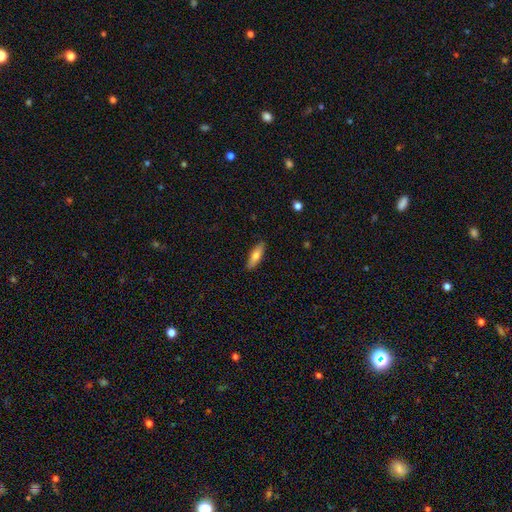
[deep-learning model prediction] A smooth galaxy with no disk features (71%) that is in between round and cigar-shaped (50%).

Vote fractions:
- Smooth or featured? smooth: 71% / featured or disk: 23% / star or artifact: 6%
- How rounded? in between: 50% / cigar-shaped: 48% / round: 2%
- Merging? none: 88% / minor disturbance: 9% / major disturbance: 2% / merger: 1%